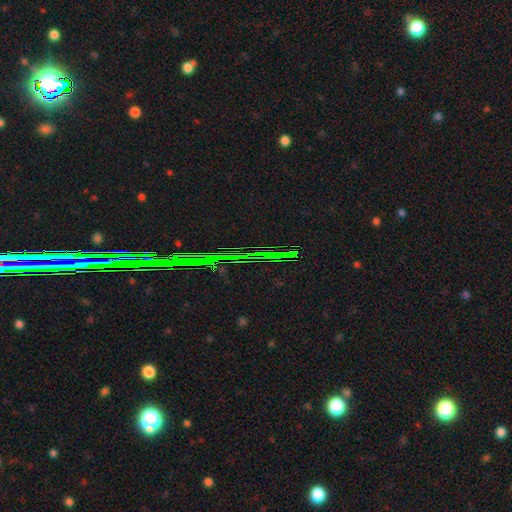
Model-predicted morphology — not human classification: Smooth or featured? star or artifact (80%)